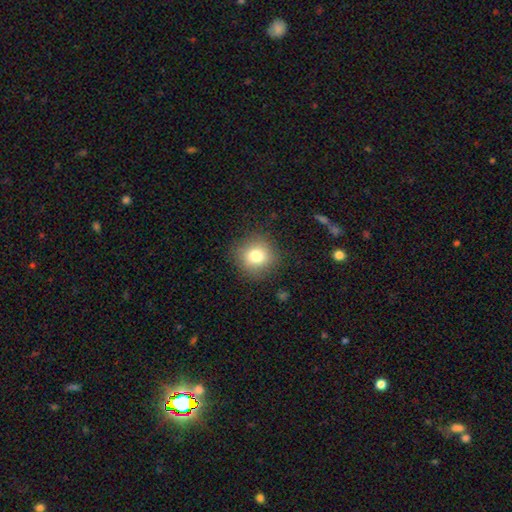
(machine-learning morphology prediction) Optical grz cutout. It shows a smooth galaxy with no disk features (80%) that is round (89%). Merging: none (87%).